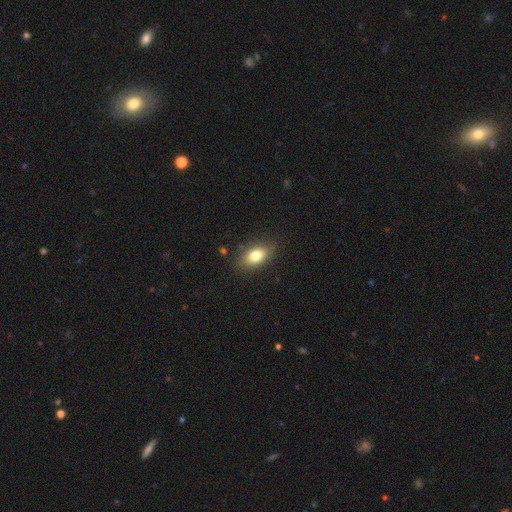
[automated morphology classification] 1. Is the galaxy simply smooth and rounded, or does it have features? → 78% smooth, 13% featured or disk, 9% star or artifact.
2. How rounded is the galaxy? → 85% in between, 10% round, 6% cigar-shaped.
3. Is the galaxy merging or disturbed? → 83% none, 12% minor disturbance, 3% major disturbance, 1% merger.